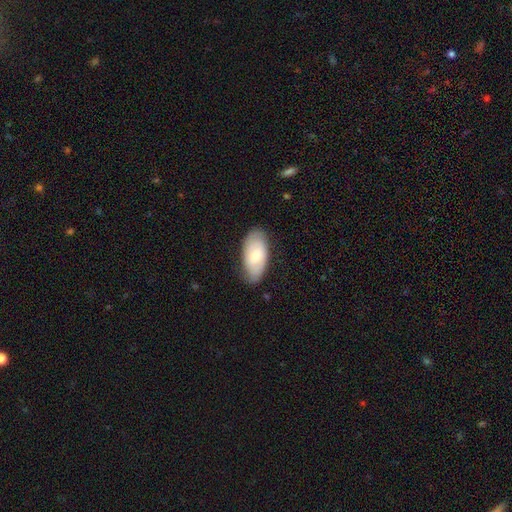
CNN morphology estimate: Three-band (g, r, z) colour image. It shows a smooth galaxy with no disk features (59%) that is in between round and cigar-shaped (93%). Merging: none (79%).